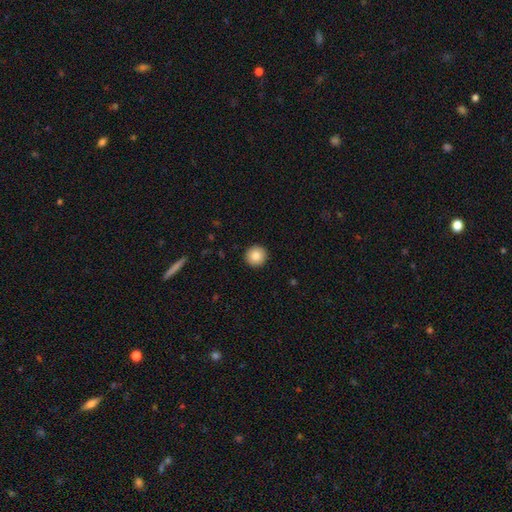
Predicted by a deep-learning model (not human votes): The model was most divided on "smooth or featured": smooth: 86%, star or artifact: 8%, featured or disk: 6%. More confident: how rounded — round (95%); merging — none (93%).